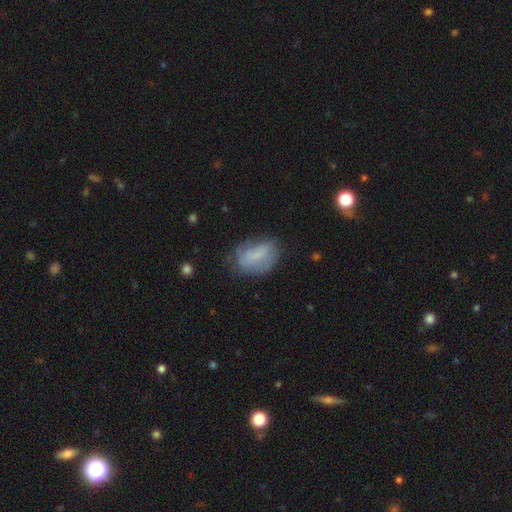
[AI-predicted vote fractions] The model was most divided on "smooth or featured": smooth: 58%, featured or disk: 33%, star or artifact: 9%. More confident: how rounded — in between (81%); merging — none (55%).